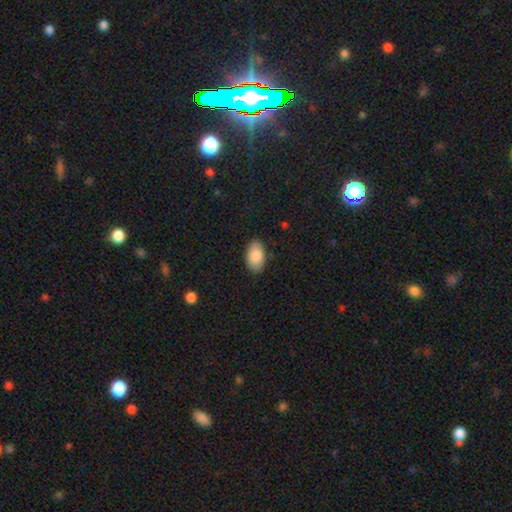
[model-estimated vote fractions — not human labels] smooth 87%, featured or disk 7%, star or artifact 6%. Down the decision tree: how rounded — in between (94%); merging — none (86%).